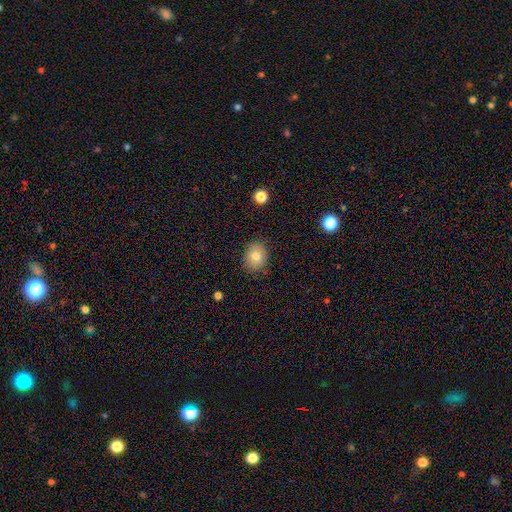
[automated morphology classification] type=smooth (79%); roundness=round (60%); merging=none (86%).